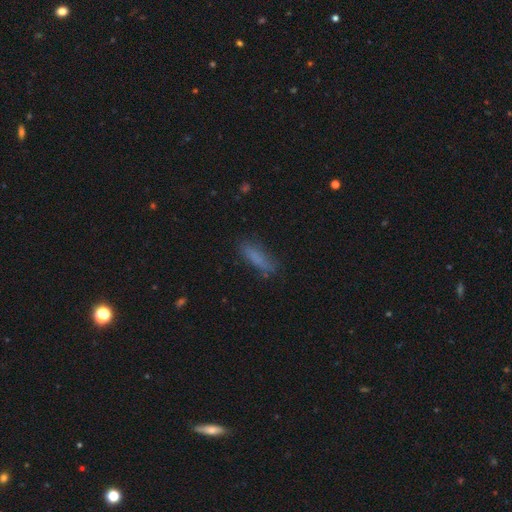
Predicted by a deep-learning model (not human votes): Smooth or featured? Predicted: smooth (p=0.74). How rounded? Predicted: cigar-shaped (p=0.67). Merging? Predicted: none (p=0.76).